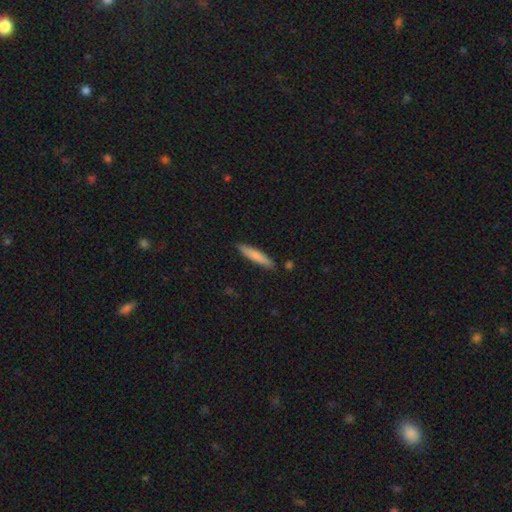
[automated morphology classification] A smooth galaxy with no disk features (77%) that is cigar-shaped (89%).

Vote fractions:
- Smooth or featured? smooth: 77% / featured or disk: 17% / star or artifact: 6%
- How rounded? cigar-shaped: 89% / in between: 9% / round: 1%
- Merging? none: 87% / minor disturbance: 9% / merger: 2% / major disturbance: 2%